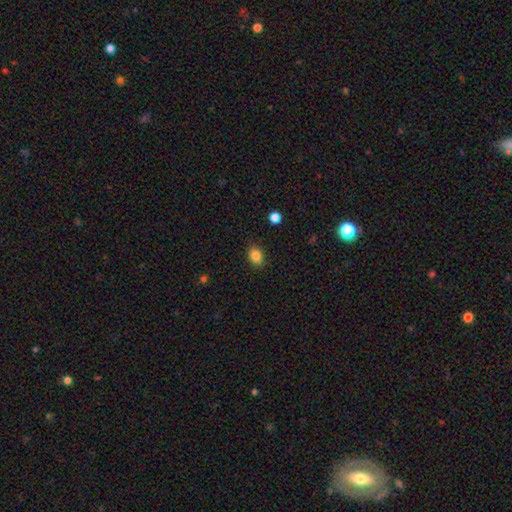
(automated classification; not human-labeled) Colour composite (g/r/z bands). It shows a smooth galaxy with no disk features (86%) that is in between round and cigar-shaped (74%). Merging: none (87%).